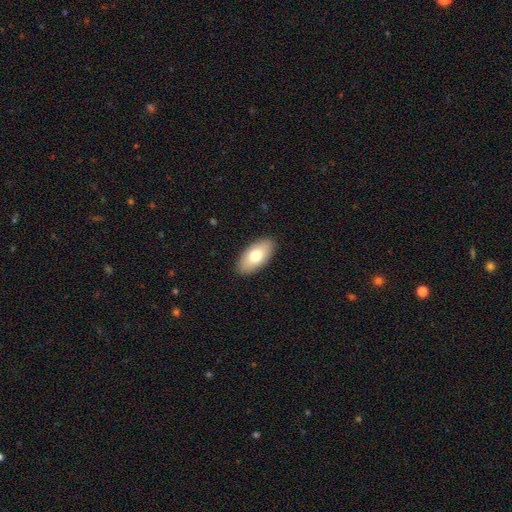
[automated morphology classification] Smooth or featured? Predicted: smooth (p=0.74). How rounded? Predicted: in between (p=0.94). Merging? Predicted: none (p=0.90).